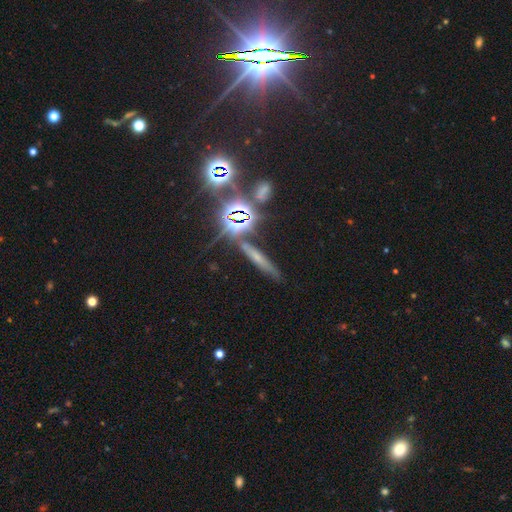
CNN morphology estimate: Smooth or featured: star or artifact — 39% (smooth — 33%)